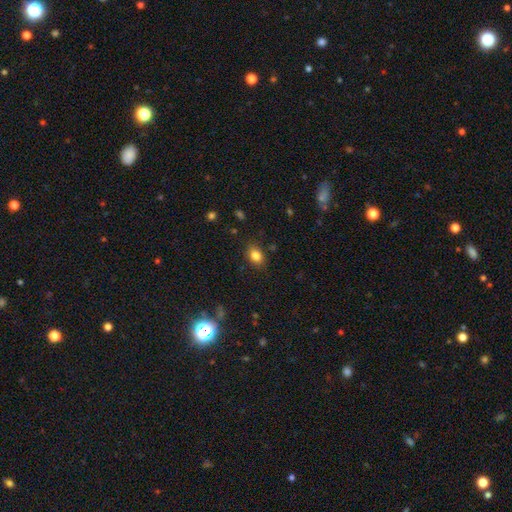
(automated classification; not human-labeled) smooth-or-featured: smooth: 83% | star or artifact: 11% | featured or disk: 7%
  how-rounded: in between: 72% | round: 27% | cigar-shaped: 1%
  merging: none: 85% | minor disturbance: 11% | major disturbance: 3% | merger: 1%